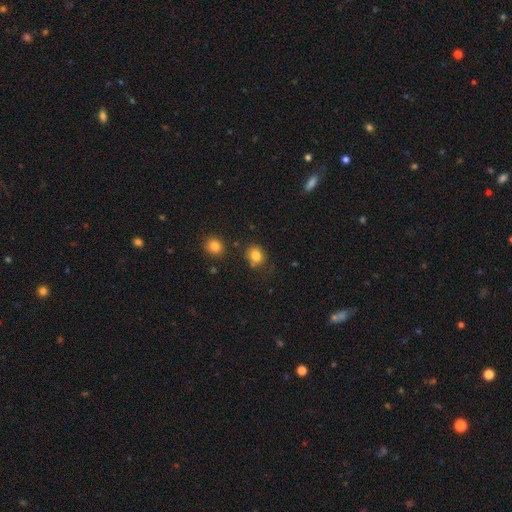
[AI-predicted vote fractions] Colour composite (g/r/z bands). It shows a smooth galaxy with no disk features (83%) that is round (69%). Merging: none (75%).